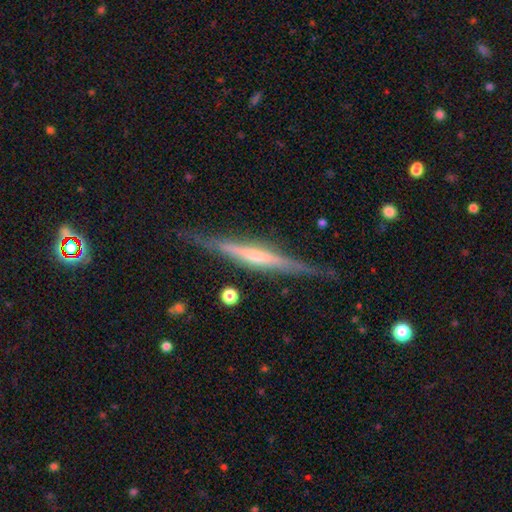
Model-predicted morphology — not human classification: smooth_or_featured: featured or disk (p=0.76) [alt: smooth p=0.19]
disk_edge_on: yes (p=0.97) [alt: no p=0.03]
edge_on_bulge: rounded (p=0.44) [alt: none p=0.41]
merging: none (p=0.82) [alt: minor disturbance p=0.14]